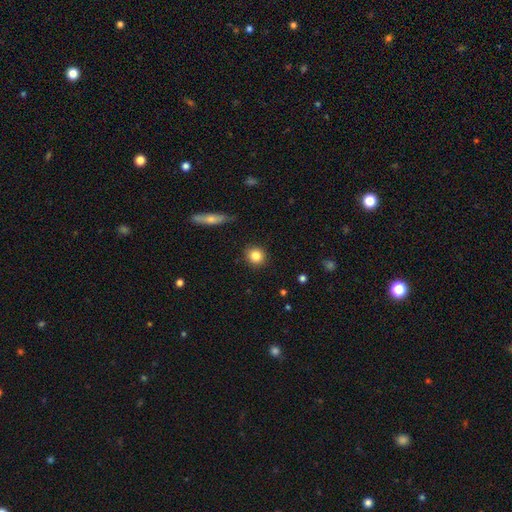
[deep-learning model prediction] Overall: smooth (84%). How rounded: round (89%). Merging: none (89%).